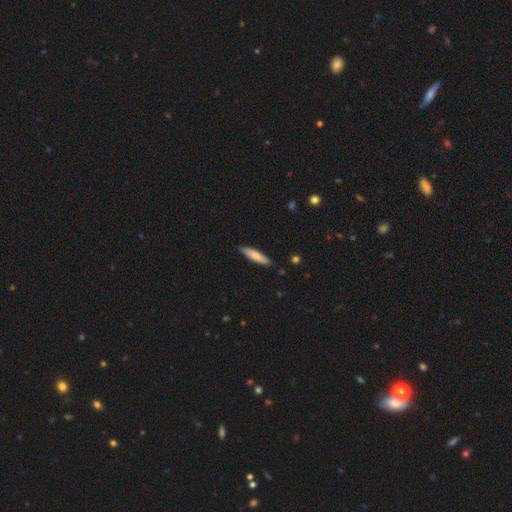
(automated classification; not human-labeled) smooth 71%, featured or disk 24%, star or artifact 5%. Down the decision tree: how rounded — cigar-shaped (82%); merging — none (89%).